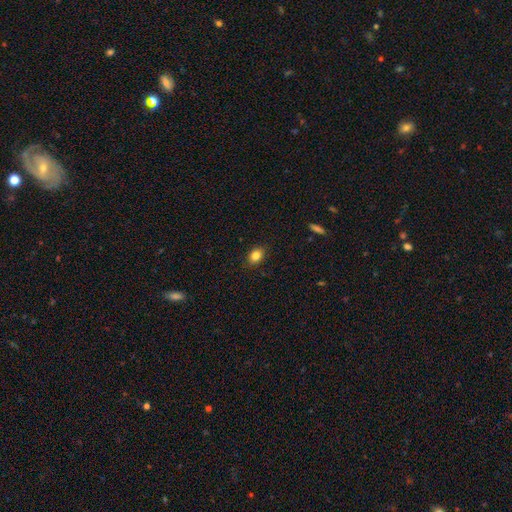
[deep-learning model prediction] Overall: smooth (83%). How rounded: in between (64%; round 35%). Merging: none (87%).